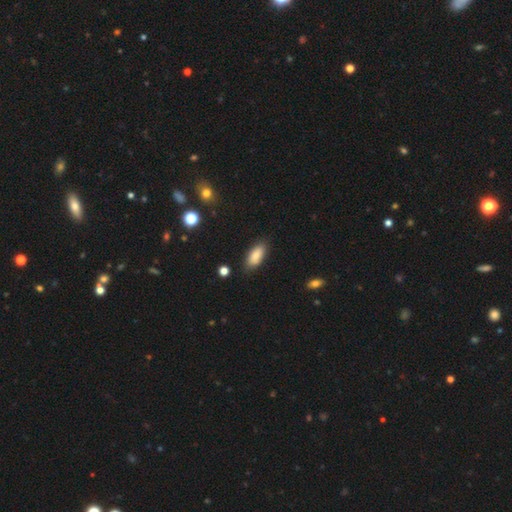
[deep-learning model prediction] Smooth or featured: smooth — 84% (featured or disk — 9%)
How rounded: in between — 85% (cigar-shaped — 13%)
Merging: none — 84% (minor disturbance — 12%)